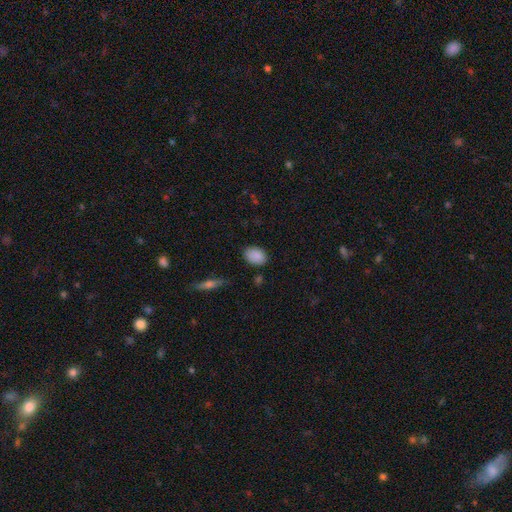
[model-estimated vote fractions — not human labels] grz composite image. It shows a smooth galaxy with no disk features (88%) that is in between round and cigar-shaped (79%). Merging: none (80%).